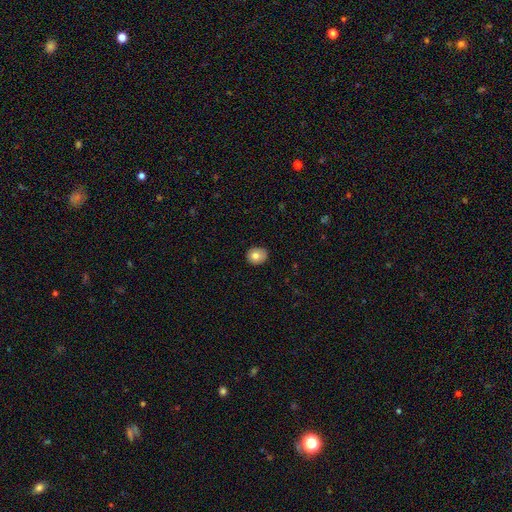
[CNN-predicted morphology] Q: Smooth or featured?
A: smooth (79%); runner-up: featured or disk (12%)
Q: How rounded?
A: round (68%); runner-up: in between (31%)
Q: Merging?
A: none (87%); runner-up: minor disturbance (10%)